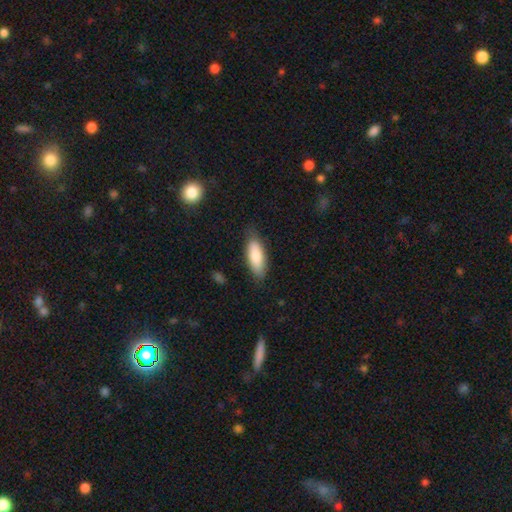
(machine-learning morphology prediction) smooth-or-featured: smooth: 83% | featured or disk: 11% | star or artifact: 6%
  how-rounded: in between: 70% | cigar-shaped: 28% | round: 2%
  merging: none: 79% | minor disturbance: 17% | major disturbance: 3% | merger: 1%